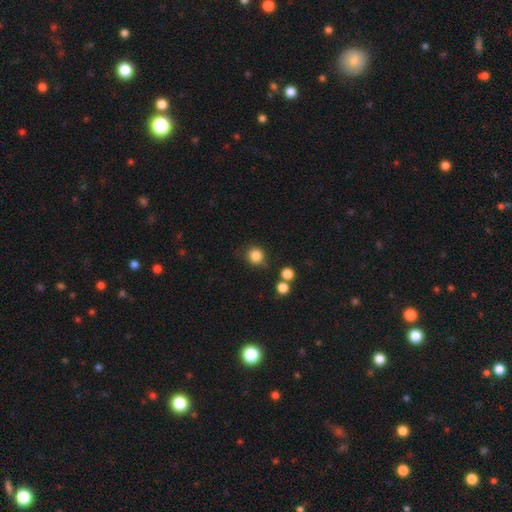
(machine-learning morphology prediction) Smooth or featured: smooth — 85% (star or artifact — 11%)
How rounded: round — 90% (in between — 9%)
Merging: none — 79% (minor disturbance — 12%)